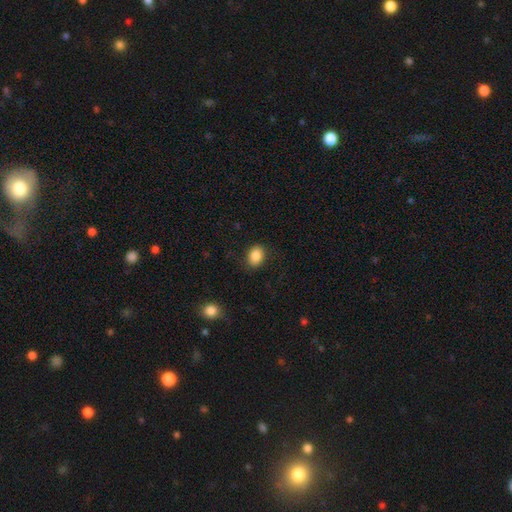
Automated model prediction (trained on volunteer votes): smooth 87%, star or artifact 9%, featured or disk 5%. Down the decision tree: how rounded — in between (67%); merging — none (85%).